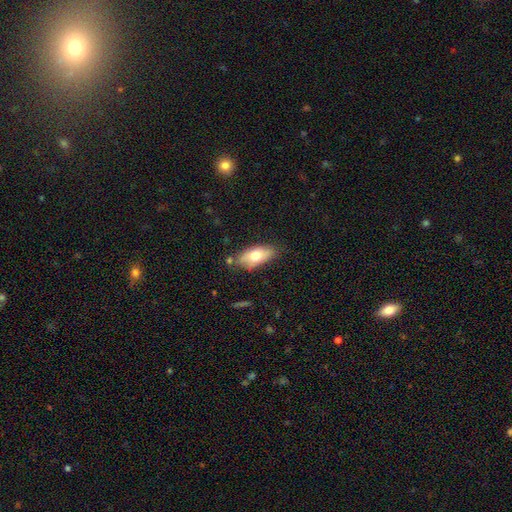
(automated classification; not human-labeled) Smooth or featured?
  - smooth: 68% *
  - featured or disk: 25%
  - star or artifact: 7%
How rounded?
  - in between: 84% *
  - cigar-shaped: 13%
  - round: 3%
Merging?
  - none: 73% *
  - minor disturbance: 19%
  - merger: 5%
  - major disturbance: 4%